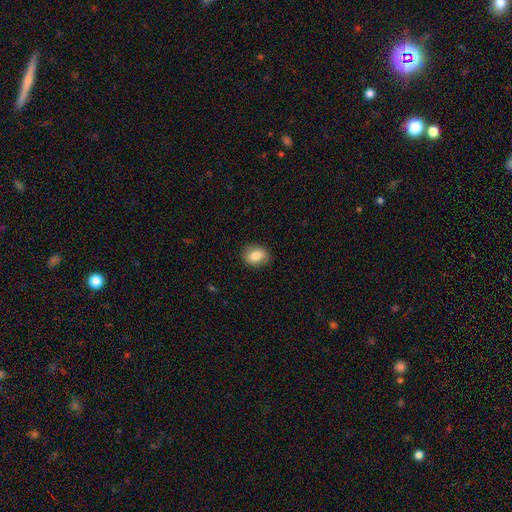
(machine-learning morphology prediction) A smooth galaxy with no disk features (83%) that is in between round and cigar-shaped (59%). Merging: none (85%).